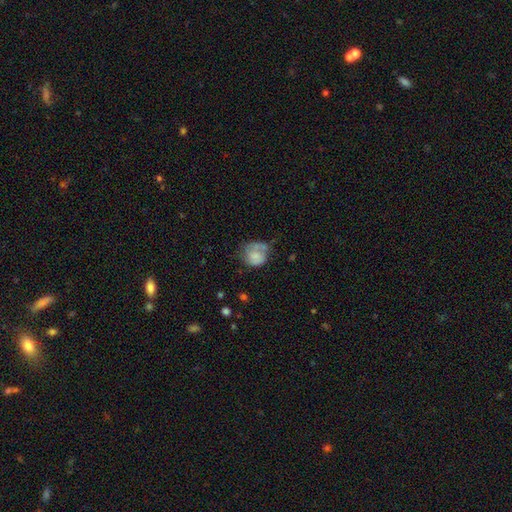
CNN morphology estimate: Smooth or featured? smooth (59%)
How rounded? round (68%)
Merging? none (37%)